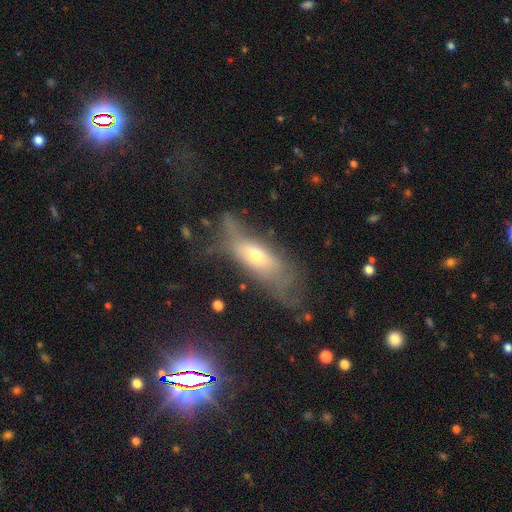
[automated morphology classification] type=smooth (48%); merging=none (39%).